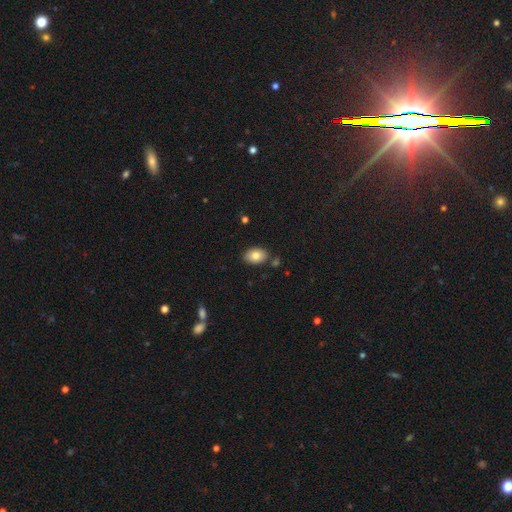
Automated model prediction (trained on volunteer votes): smooth-or-featured: smooth: 81% | featured or disk: 11% | star or artifact: 8%
  how-rounded: in between: 85% | round: 13% | cigar-shaped: 1%
  merging: none: 82% | minor disturbance: 11% | merger: 4% | major disturbance: 2%